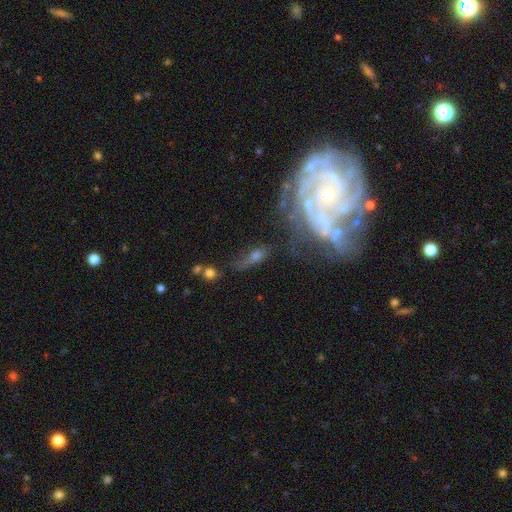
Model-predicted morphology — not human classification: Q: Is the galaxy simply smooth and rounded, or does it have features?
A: featured or disk — 64%.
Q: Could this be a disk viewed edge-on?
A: no — 88%.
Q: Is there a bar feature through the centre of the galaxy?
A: no — 68%.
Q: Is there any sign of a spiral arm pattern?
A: yes — 77%.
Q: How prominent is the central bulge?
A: small — 53%.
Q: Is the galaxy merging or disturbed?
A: none — 50%.